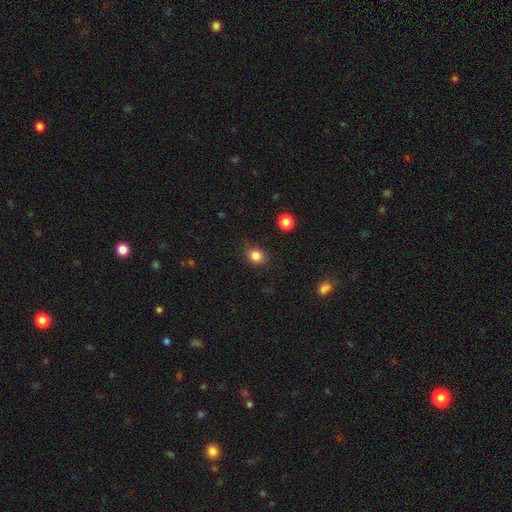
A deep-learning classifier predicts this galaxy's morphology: This appears to be a smooth galaxy with no disk features (84%) that is round (66%). Merging: none (83%).